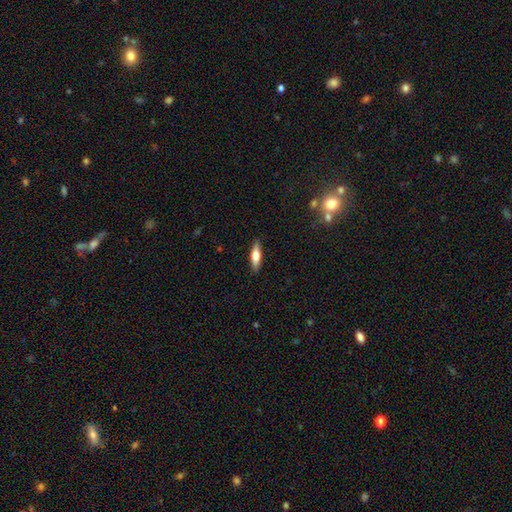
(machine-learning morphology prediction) A smooth galaxy with no disk features (60%) that is cigar-shaped (63%).

Vote fractions:
- Smooth or featured? smooth: 60% / featured or disk: 34% / star or artifact: 6%
- How rounded? cigar-shaped: 63% / in between: 35% / round: 2%
- Merging? none: 89% / minor disturbance: 8% / major disturbance: 2% / merger: 1%